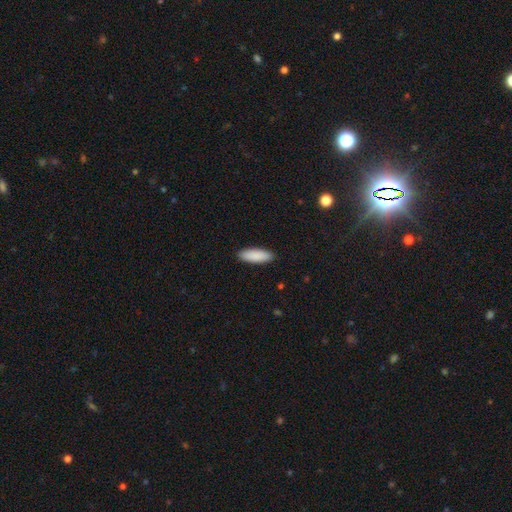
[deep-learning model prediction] The model was most divided on "how rounded": in between: 62%, cigar-shaped: 37%, round: 1%. More confident: merging — none (91%); smooth or featured — smooth (90%).